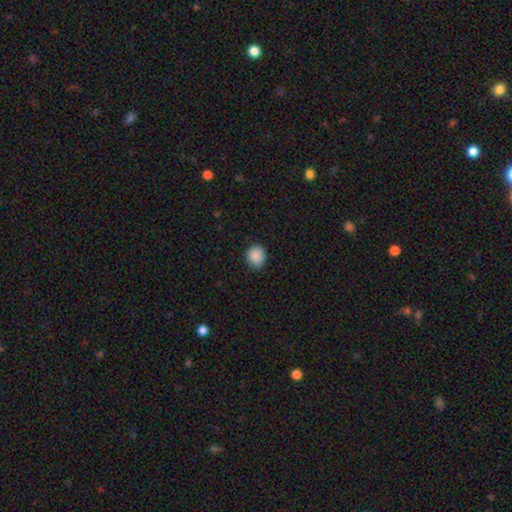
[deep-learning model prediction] A smooth galaxy with no disk features (89%) that is round (76%). Merging: none (85%).